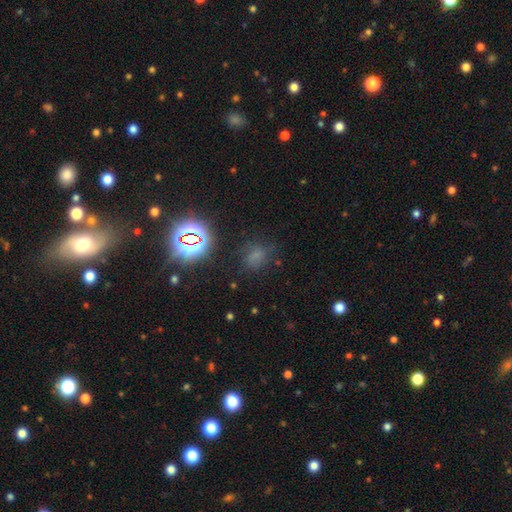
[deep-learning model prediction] The model was most divided on "how rounded": round: 52%, in between: 46%, cigar-shaped: 2%. More confident: merging — none (64%); smooth or featured — smooth (51%).